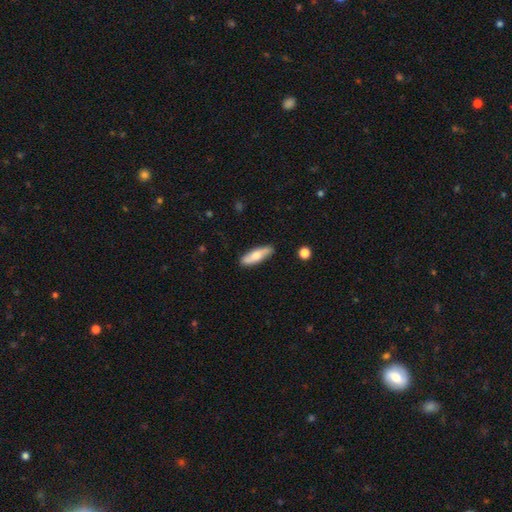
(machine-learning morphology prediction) smooth 62%, featured or disk 32%, star or artifact 5%. Down the decision tree: how rounded — cigar-shaped (54%); merging — none (84%).